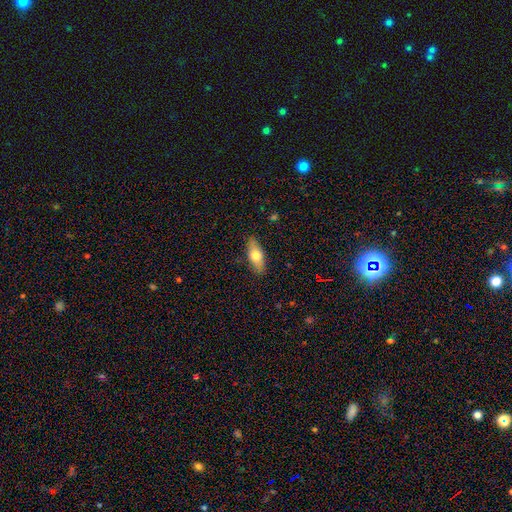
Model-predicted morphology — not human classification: A smooth galaxy with no disk features (66%) that is in between round and cigar-shaped (72%). Merging: none (87%).